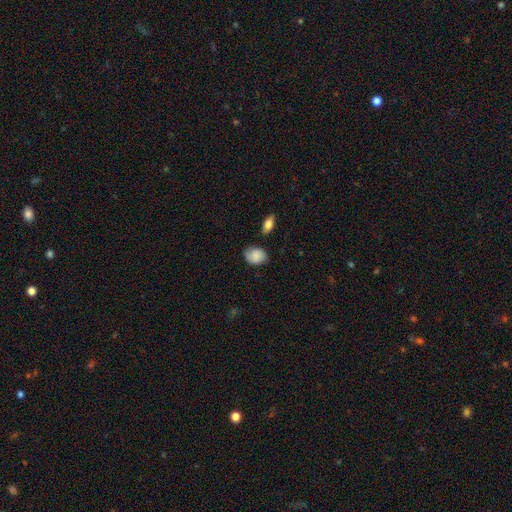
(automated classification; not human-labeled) Q: Smooth or featured?
A: smooth (82%); runner-up: featured or disk (11%)
Q: How rounded?
A: in between (61%); runner-up: round (38%)
Q: Merging?
A: none (68%); runner-up: minor disturbance (24%)